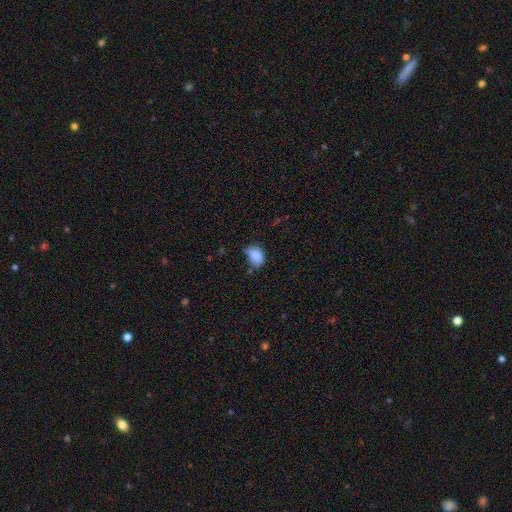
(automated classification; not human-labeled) A smooth galaxy with no disk features (85%) that is in between round and cigar-shaped (75%).

Vote fractions:
- Smooth or featured? smooth: 85% / star or artifact: 9% / featured or disk: 6%
- How rounded? in between: 75% / round: 23% / cigar-shaped: 1%
- Merging? none: 45% / minor disturbance: 40% / major disturbance: 11% / merger: 4%